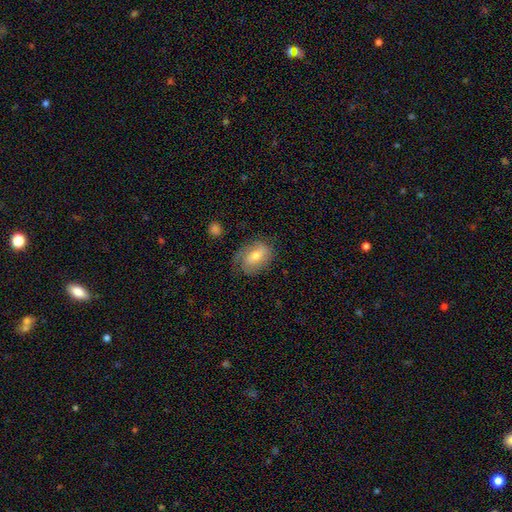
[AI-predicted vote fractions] smooth-or-featured: featured or disk: 50% | smooth: 43% | star or artifact: 8%
  merging: none: 63% | minor disturbance: 24% | major disturbance: 12% | merger: 1%